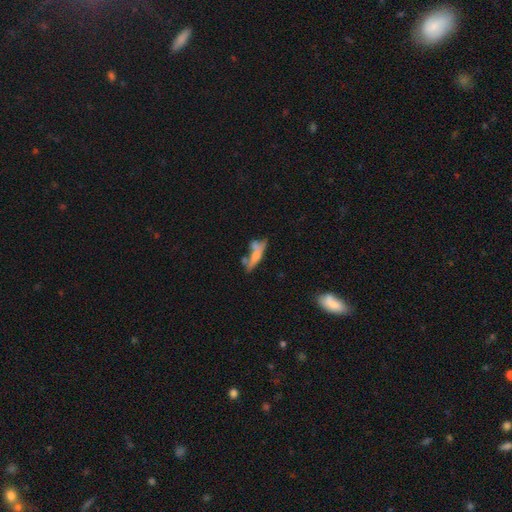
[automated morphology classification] A smooth galaxy with no disk features (52%) that is cigar-shaped (69%).

Vote fractions:
- Smooth or featured? smooth: 52% / featured or disk: 38% / star or artifact: 10%
- How rounded? cigar-shaped: 69% / in between: 28% / round: 3%
- Merging? none: 40% / merger: 30% / minor disturbance: 17% / major disturbance: 13%